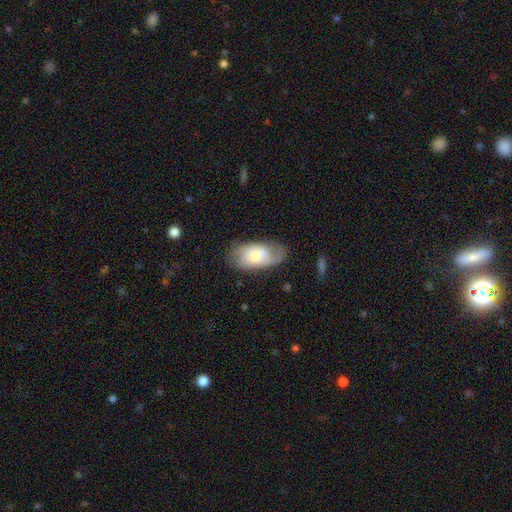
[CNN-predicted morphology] smooth-or-featured: smooth: 48% | featured or disk: 45% | star or artifact: 7%
  merging: none: 64% | minor disturbance: 23% | major disturbance: 11% | merger: 2%